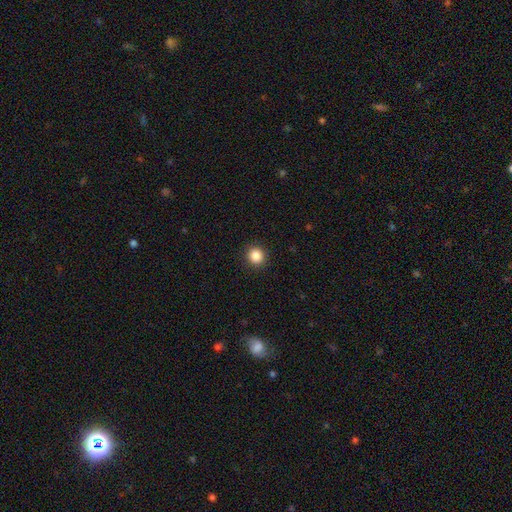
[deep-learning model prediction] Smooth or featured?
  - smooth: 86% *
  - star or artifact: 10%
  - featured or disk: 3%
How rounded?
  - round: 91% *
  - in between: 8%
  - cigar-shaped: 1%
Merging?
  - none: 92% *
  - minor disturbance: 5%
  - major disturbance: 2%
  - merger: 1%